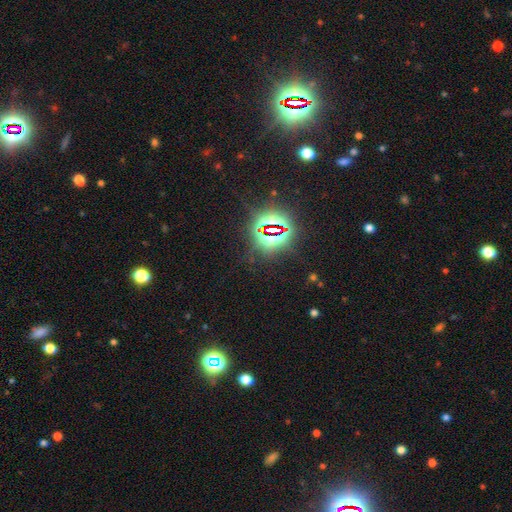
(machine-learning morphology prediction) smooth-or-featured: star or artifact: 84% | smooth: 10% | featured or disk: 7%